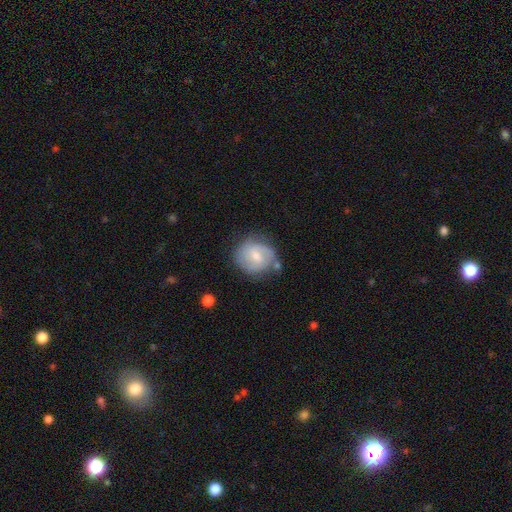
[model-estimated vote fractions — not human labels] Smooth or featured? Predicted: featured or disk (p=0.56). Edge-on disk? Predicted: no (p=0.98). Bar? Predicted: weak (p=0.59). Spiral arms? Predicted: yes (p=0.86). Bulge size? Predicted: moderate (p=0.45, tied with small). Merging? Predicted: none (p=0.64).